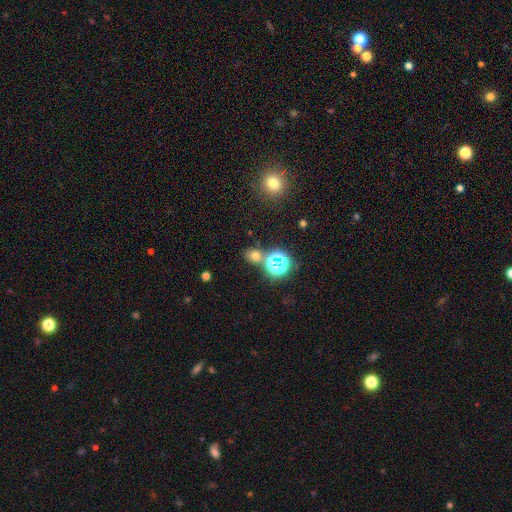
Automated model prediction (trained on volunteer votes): This appears to be a smooth galaxy with no disk features (59%) that is round (68%). Merging: none (74%).